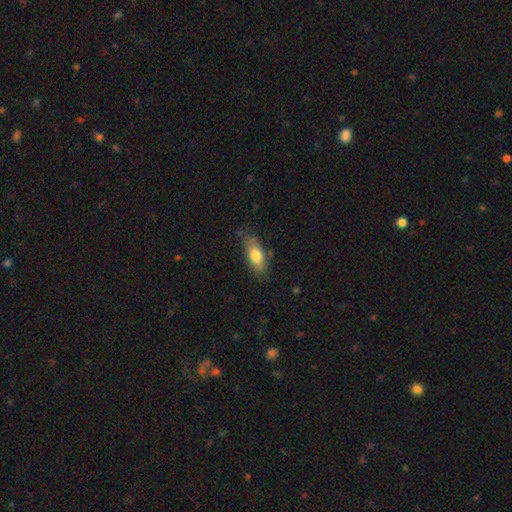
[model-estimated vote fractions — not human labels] smooth_or_featured: smooth (p=0.76) [alt: featured or disk p=0.18]
how_rounded: in between (p=0.81) [alt: cigar-shaped p=0.15]
merging: none (p=0.72) [alt: minor disturbance p=0.22]